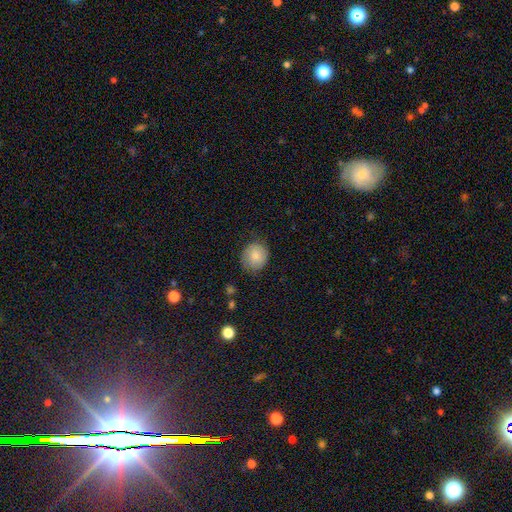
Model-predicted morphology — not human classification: A smooth galaxy with no disk features (83%) that is round (82%). Merging: none (78%).